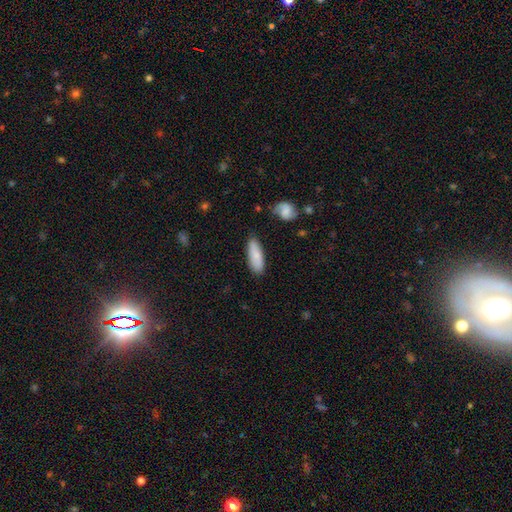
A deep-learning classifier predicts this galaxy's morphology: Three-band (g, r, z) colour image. It shows a smooth galaxy with no disk features (79%) that is in between round and cigar-shaped (65%). Merging: none (80%).